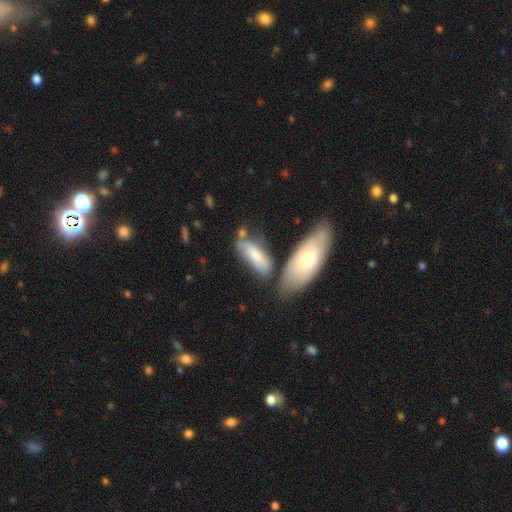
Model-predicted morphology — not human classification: type=smooth (65%); roundness=in between (68%); merging=none (42%).